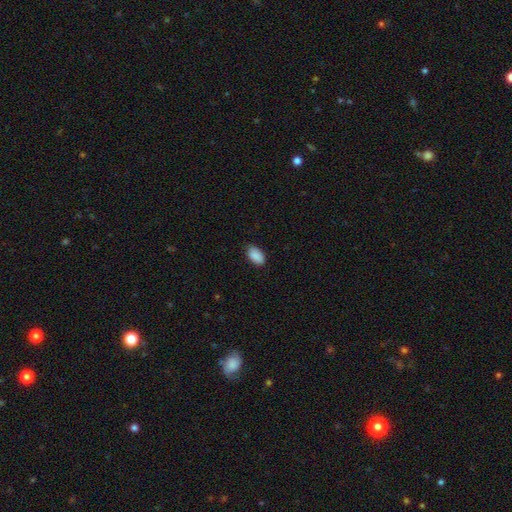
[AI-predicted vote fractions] Smooth or featured? smooth (90%)
How rounded? in between (94%)
Merging? none (83%)